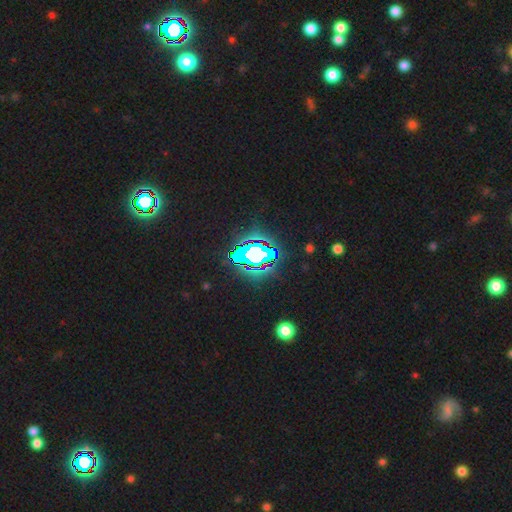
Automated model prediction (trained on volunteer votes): Smooth or featured: star or artifact — 69% (smooth — 16%)